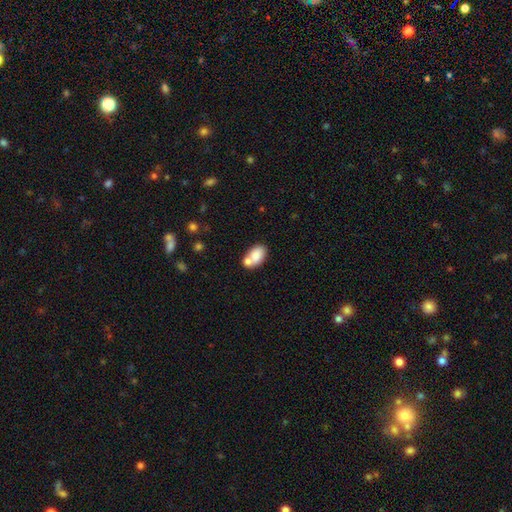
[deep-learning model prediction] Smooth or featured? Predicted: smooth (p=0.81). How rounded? Predicted: in between (p=0.89). Merging? Predicted: none (p=0.46).